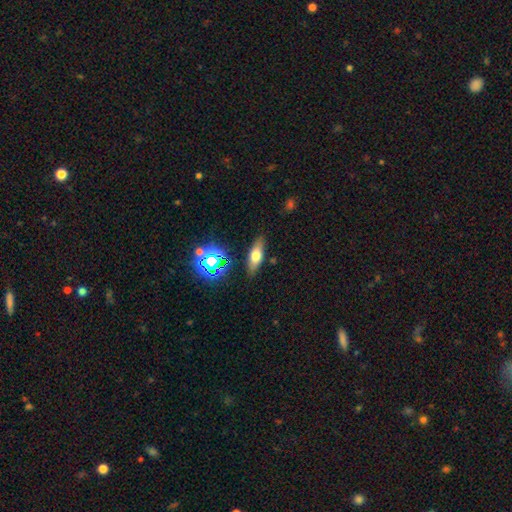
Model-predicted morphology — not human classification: Smooth or featured: smooth — 61% (featured or disk — 25%)
How rounded: in between — 65% (cigar-shaped — 29%)
Merging: none — 84% (minor disturbance — 11%)